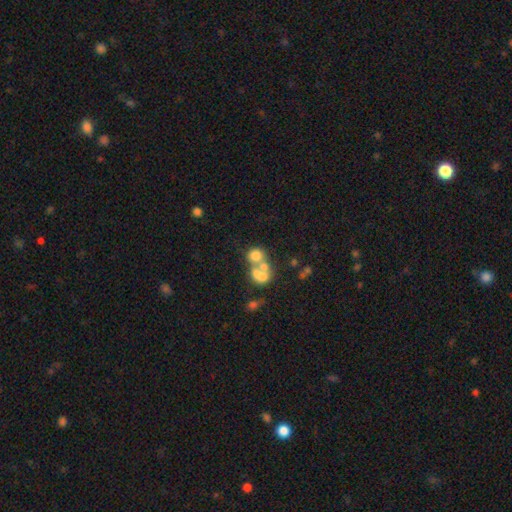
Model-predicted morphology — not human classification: Q: Smooth or featured?
A: smooth (59%); runner-up: featured or disk (28%)
Q: How rounded?
A: round (61%); runner-up: in between (37%)
Q: Merging?
A: merger (64%); runner-up: none (22%)